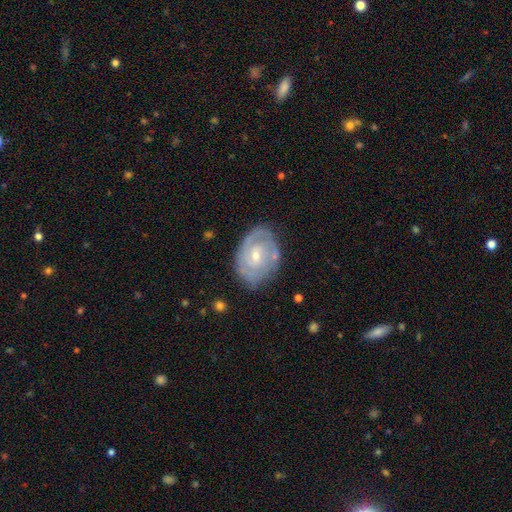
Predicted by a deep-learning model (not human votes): smooth_or_featured: featured or disk (p=0.81) [alt: smooth p=0.14]
disk_edge_on: no (p=0.97) [alt: yes p=0.03]
bar: no (p=0.60) [alt: weak p=0.33]
has_spiral_arms: yes (p=0.91) [alt: no p=0.09]
spiral_winding: tight (p=0.66) [alt: medium p=0.28]
spiral_arm_count: 2 (p=0.49) [alt: can't tell p=0.26]
bulge_size: small (p=0.60) [alt: moderate p=0.36]
merging: none (p=0.75) [alt: minor disturbance p=0.17]